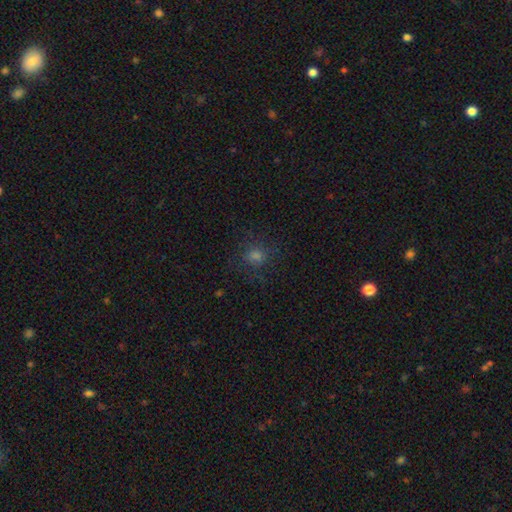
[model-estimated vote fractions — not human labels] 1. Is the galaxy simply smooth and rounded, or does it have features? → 59% smooth, 27% star or artifact, 14% featured or disk.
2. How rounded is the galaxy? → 82% round, 16% in between, 1% cigar-shaped.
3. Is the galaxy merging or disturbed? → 78% none, 13% minor disturbance, 8% major disturbance, 1% merger.